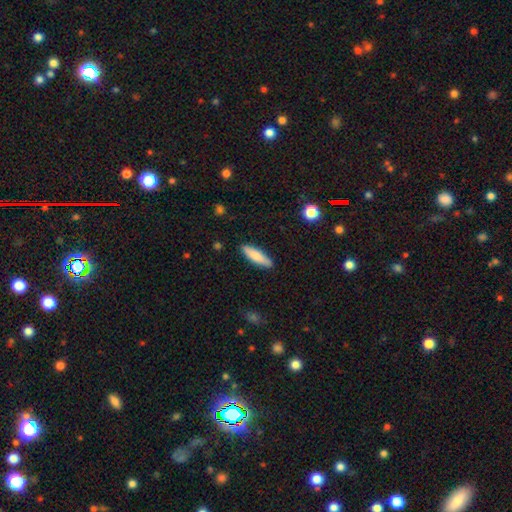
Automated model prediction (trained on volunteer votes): smooth-or-featured: smooth: 81% | featured or disk: 14% | star or artifact: 6%
  how-rounded: cigar-shaped: 62% | in between: 37% | round: 2%
  merging: none: 87% | minor disturbance: 10% | major disturbance: 2% | merger: 1%